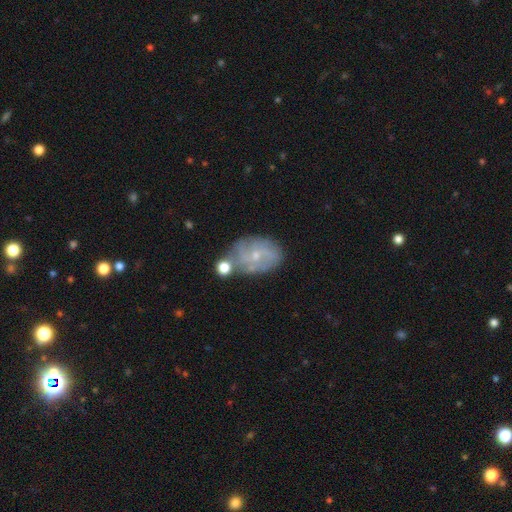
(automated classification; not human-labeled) A featured or disk galaxy (68%) with no bar (70%), tight (42%) spiral arms (79%) and a small central bulge (75%).

Vote fractions:
- Smooth or featured? featured or disk: 68% / smooth: 23% / star or artifact: 9%
- Edge-on disk? no: 96% / yes: 4%
- Bar? no: 70% / weak: 26% / strong: 4%
- Spiral arms? yes: 79% / no: 21%
- Spiral winding? tight: 42% / medium: 39% / loose: 20%
- Spiral arm count? can't tell: 42% / 2: 24% / 3: 16% / 4: 9% / 1: 5% / more than 4: 5%
- Bulge size? small: 75% / moderate: 21% / none: 3% / large: 1% / dominant: 1%
- Merging? none: 58% / minor disturbance: 21% / merger: 13% / major disturbance: 8%